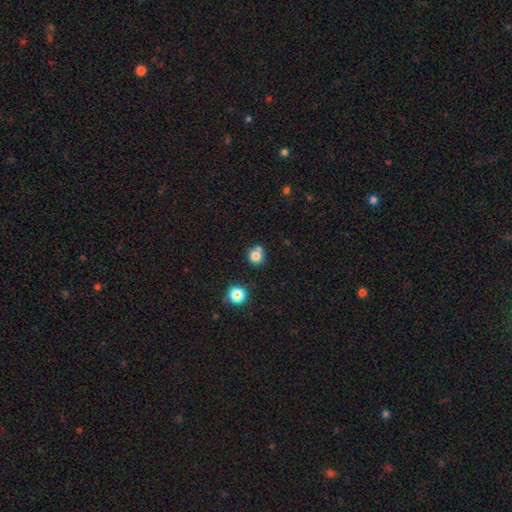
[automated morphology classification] The model was most divided on "merging": none: 63%, merger: 24%, minor disturbance: 9%, major disturbance: 3%. More confident: how rounded — round (90%); smooth or featured — smooth (80%).